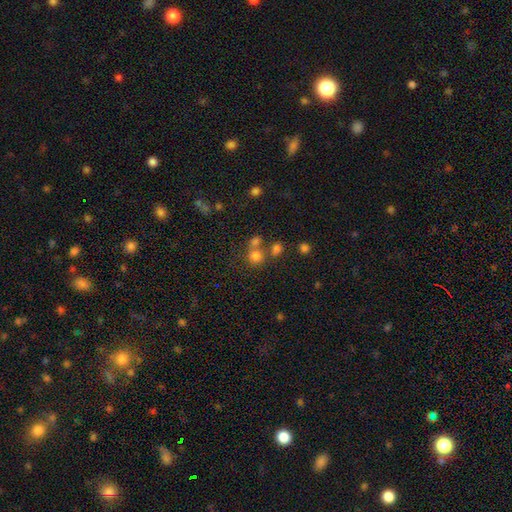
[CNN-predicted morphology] A smooth galaxy with no disk features (73%) that is round (86%).

Vote fractions:
- Smooth or featured? smooth: 73% / star or artifact: 19% / featured or disk: 8%
- How rounded? round: 86% / in between: 13% / cigar-shaped: 1%
- Merging? none: 57% / merger: 30% / minor disturbance: 9% / major disturbance: 5%